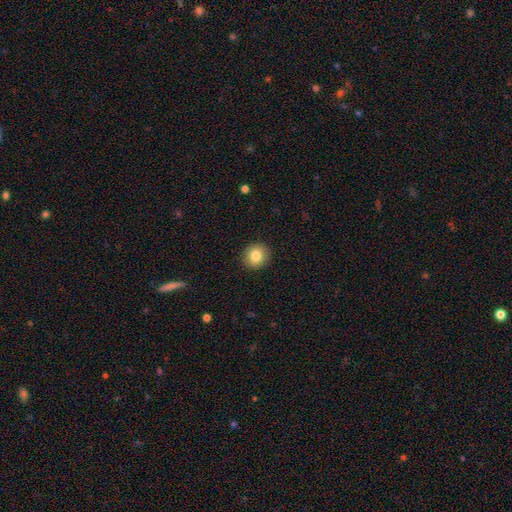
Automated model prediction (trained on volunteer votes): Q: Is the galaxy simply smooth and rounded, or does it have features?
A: smooth — 83%.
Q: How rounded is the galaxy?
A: round — 85%.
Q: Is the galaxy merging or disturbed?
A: none — 91%.